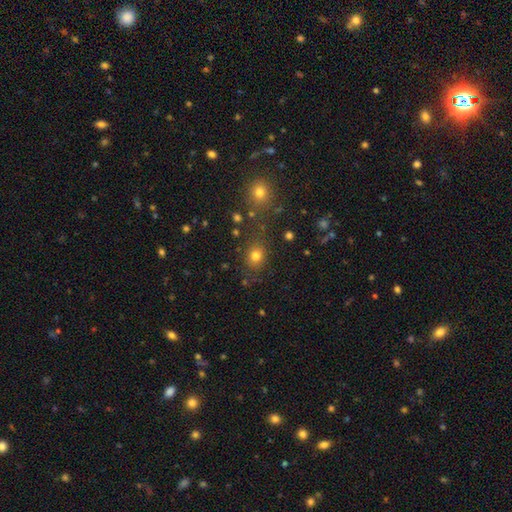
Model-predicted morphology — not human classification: smooth-or-featured: smooth: 76% | star or artifact: 17% | featured or disk: 7%
  how-rounded: round: 69% | in between: 30% | cigar-shaped: 1%
  merging: none: 74% | minor disturbance: 12% | merger: 9% | major disturbance: 6%